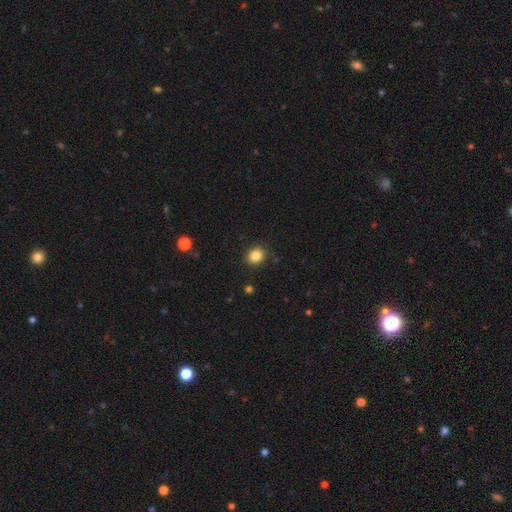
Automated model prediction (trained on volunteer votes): smooth-or-featured: smooth: 84% | star or artifact: 11% | featured or disk: 5%
  how-rounded: round: 72% | in between: 27% | cigar-shaped: 1%
  merging: none: 90% | minor disturbance: 7% | major disturbance: 2% | merger: 1%